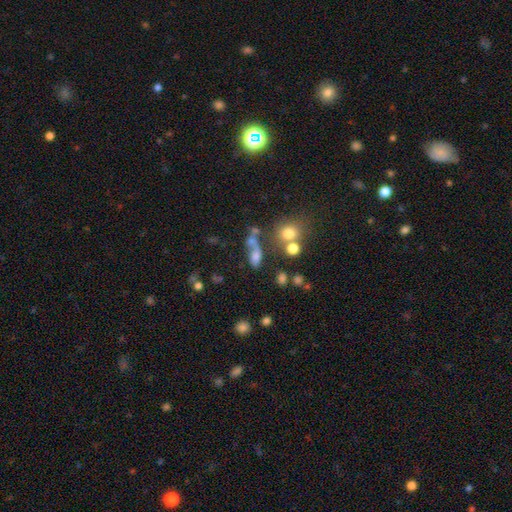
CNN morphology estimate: type=smooth (61%); roundness=in between (67%); merging=merger (34%).